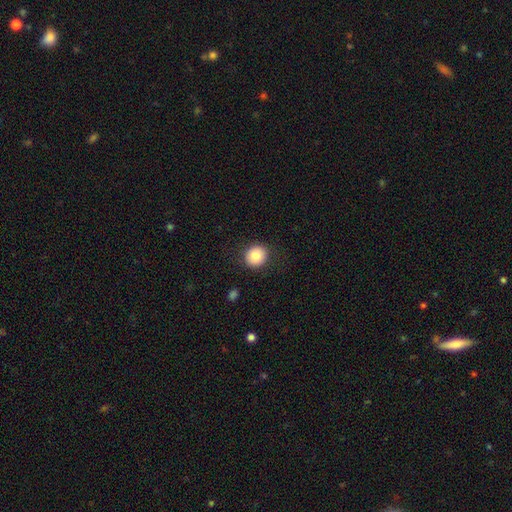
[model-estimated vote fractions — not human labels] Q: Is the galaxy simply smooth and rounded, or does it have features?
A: smooth — 83%.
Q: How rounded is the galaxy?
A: round — 88%.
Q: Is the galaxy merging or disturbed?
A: none — 87%.